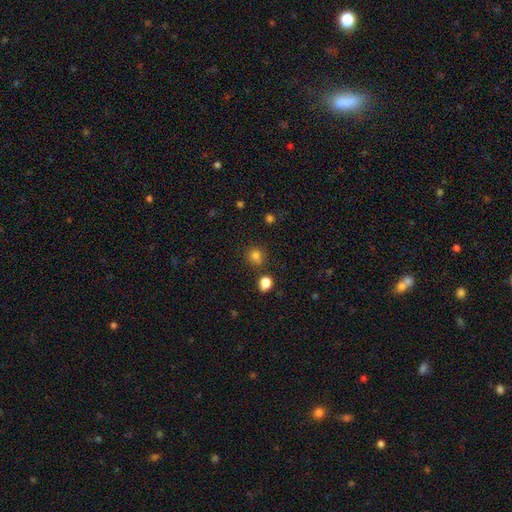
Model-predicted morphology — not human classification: The model was most divided on "smooth or featured": smooth: 79%, star or artifact: 15%, featured or disk: 6%. More confident: how rounded — round (87%); merging — none (78%).